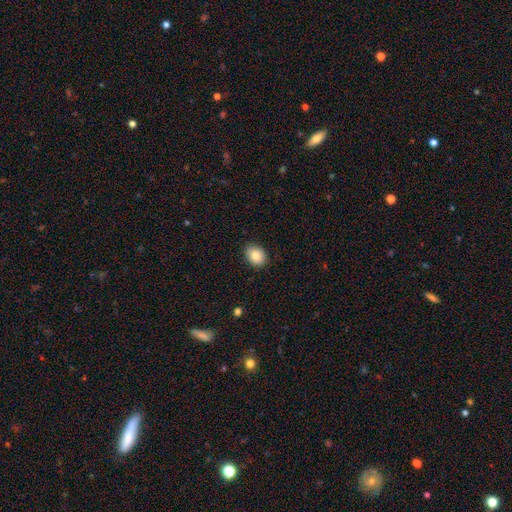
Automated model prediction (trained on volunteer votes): smooth 85%, star or artifact 8%, featured or disk 7%. Down the decision tree: how rounded — in between (63%); merging — none (87%).